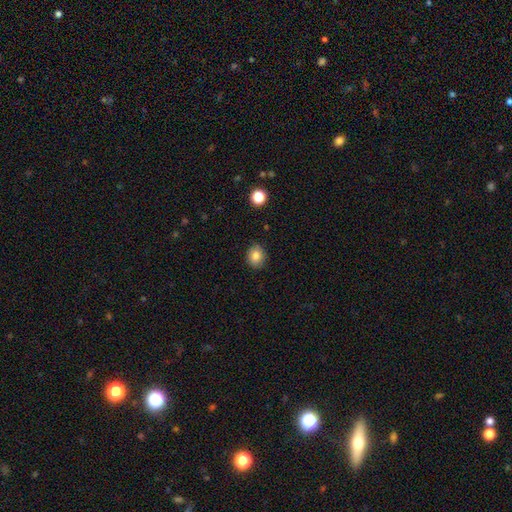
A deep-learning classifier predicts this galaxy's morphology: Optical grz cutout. It shows a smooth galaxy with no disk features (83%) that is round (67%). Merging: none (87%).